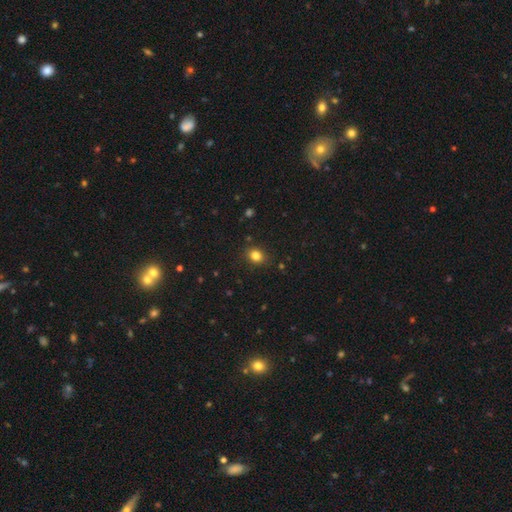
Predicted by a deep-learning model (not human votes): This appears to be a smooth galaxy with no disk features (82%) that is round (57%). Merging: none (86%).